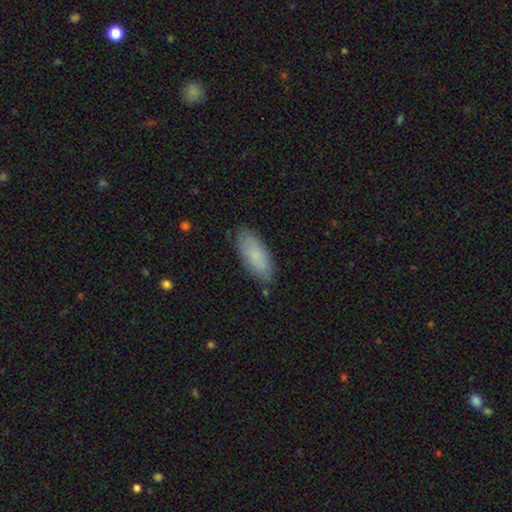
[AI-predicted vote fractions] Smooth or featured? Predicted: smooth (p=0.81). How rounded? Predicted: in between (p=0.80). Merging? Predicted: none (p=0.81).